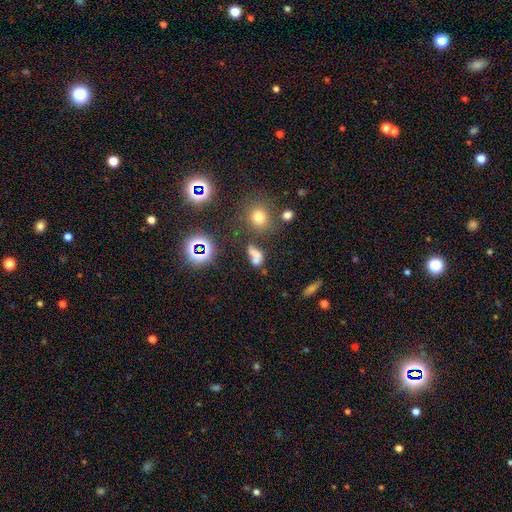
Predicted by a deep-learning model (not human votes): Morphology: type=smooth (54%); roundness=in between (65%); merging=merger (41%).